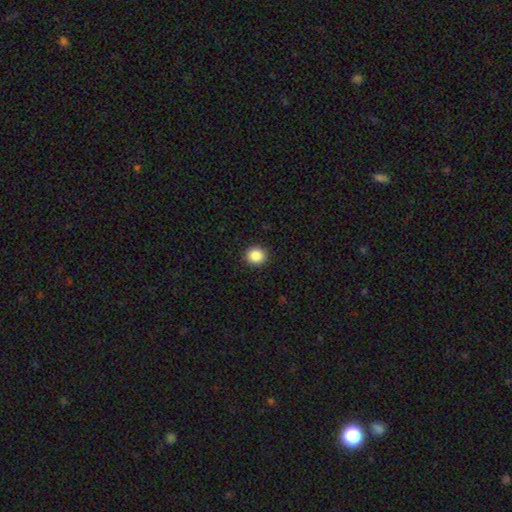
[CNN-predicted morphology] smooth 87%, star or artifact 10%, featured or disk 3%. Down the decision tree: how rounded — round (89%); merging — none (92%).